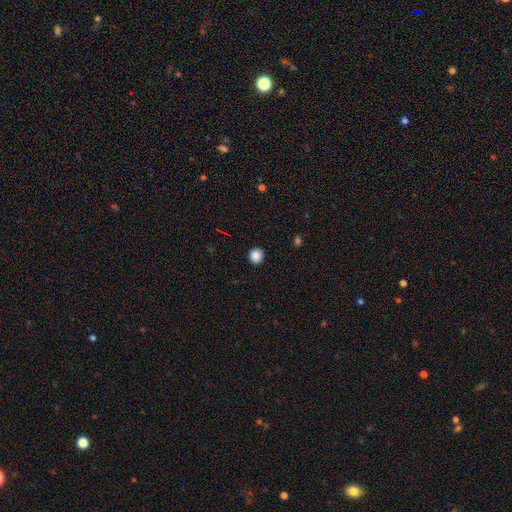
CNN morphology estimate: Smooth or featured? smooth (86%)
How rounded? round (91%)
Merging? none (92%)